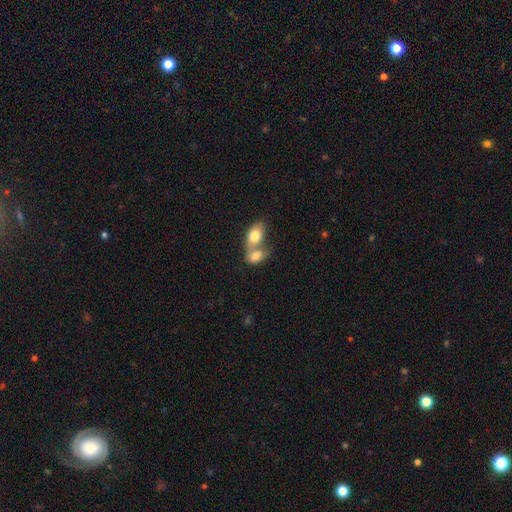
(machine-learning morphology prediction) Smooth or featured? Predicted: smooth (p=0.78). How rounded? Predicted: in between (p=0.83). Merging? Predicted: merger (p=0.76).